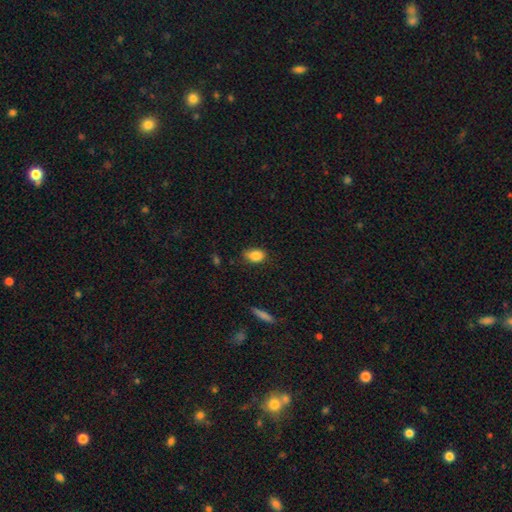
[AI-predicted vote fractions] Q: Smooth or featured?
A: smooth (86%); runner-up: star or artifact (8%)
Q: How rounded?
A: in between (84%); runner-up: round (14%)
Q: Merging?
A: none (72%); runner-up: minor disturbance (22%)